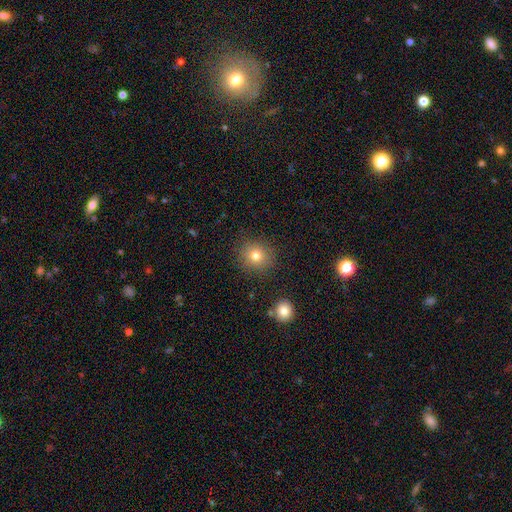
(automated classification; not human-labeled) smooth 79%, star or artifact 13%, featured or disk 9%. Down the decision tree: how rounded — round (86%); merging — none (88%).